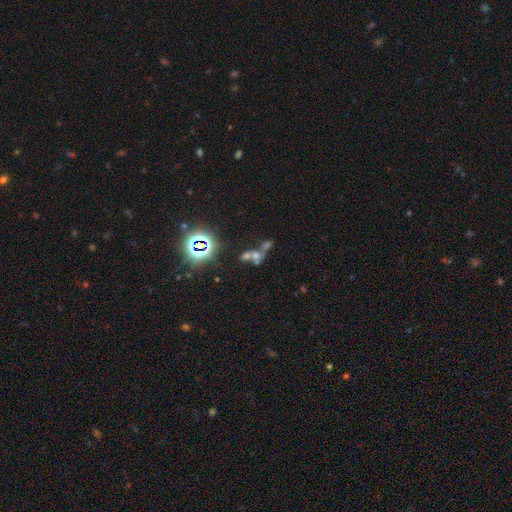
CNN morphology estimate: star or artifact 39%, smooth 35%, featured or disk 26%.